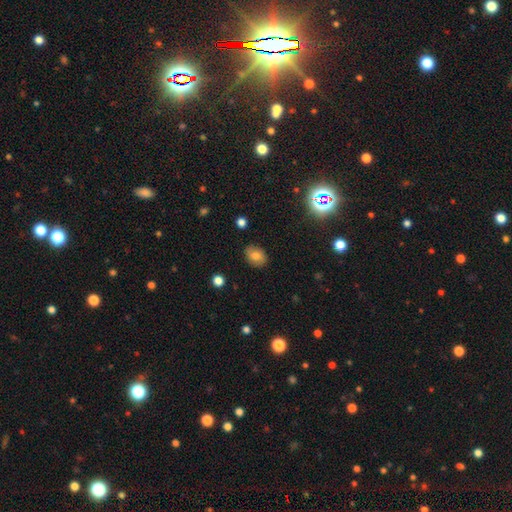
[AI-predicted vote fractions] Smooth or featured? smooth (76%)
How rounded? in between (59%)
Merging? none (84%)